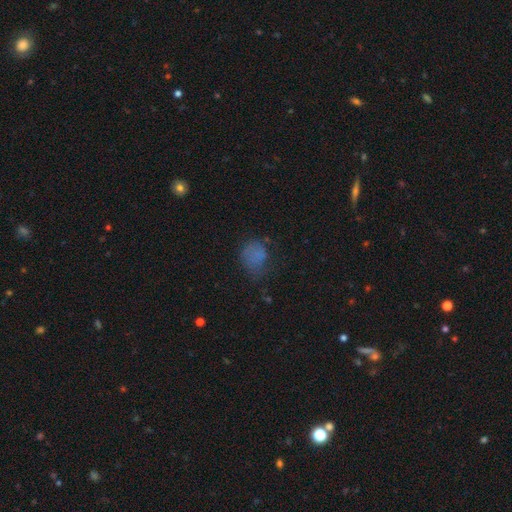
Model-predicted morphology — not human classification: This appears to be a smooth galaxy with no disk features (67%) that is round (54%). Merging: none (47%).